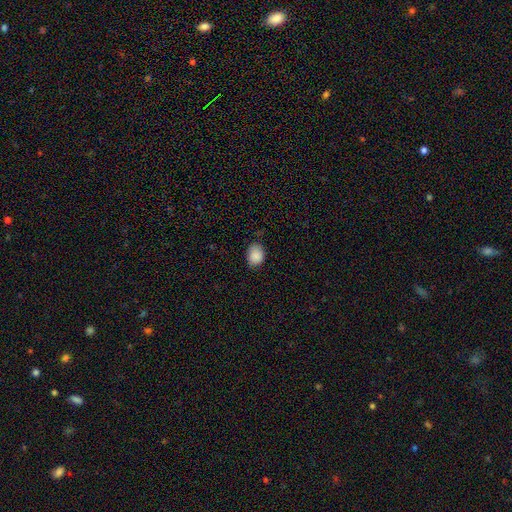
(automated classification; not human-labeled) Q: Smooth or featured?
A: smooth (88%); runner-up: star or artifact (8%)
Q: How rounded?
A: in between (62%); runner-up: round (37%)
Q: Merging?
A: none (74%); runner-up: minor disturbance (22%)